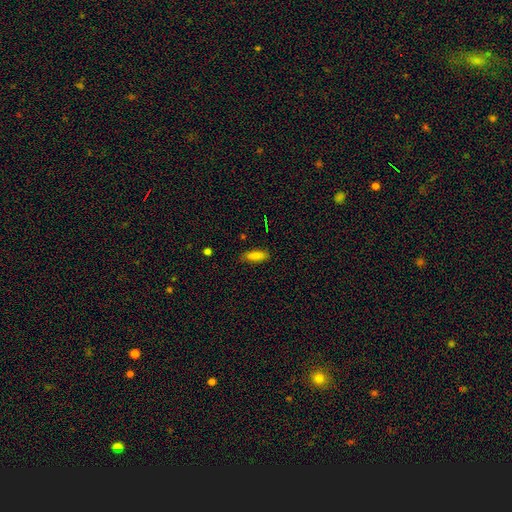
Smooth or featured? smooth (85%)
How rounded? in between (82%)
Merging? none (86%)